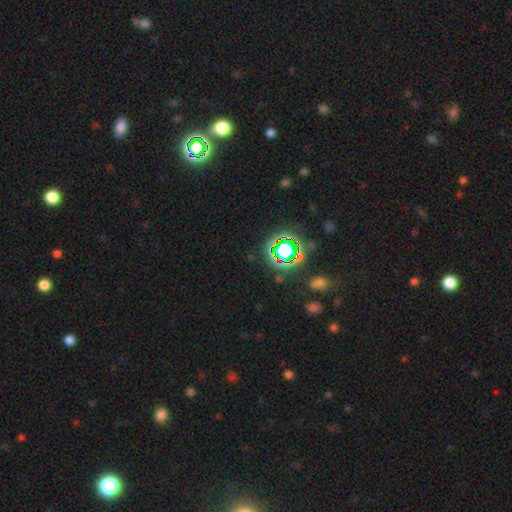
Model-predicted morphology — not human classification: smooth-or-featured: star or artifact: 76% | smooth: 16% | featured or disk: 8%